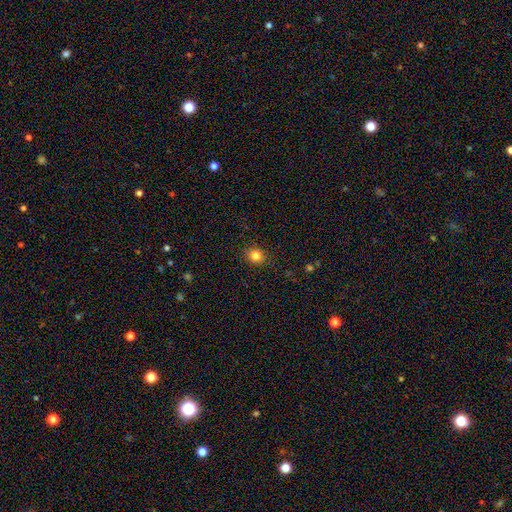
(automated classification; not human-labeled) Q: Smooth or featured?
A: smooth (82%); runner-up: star or artifact (12%)
Q: How rounded?
A: round (79%); runner-up: in between (21%)
Q: Merging?
A: none (89%); runner-up: minor disturbance (7%)